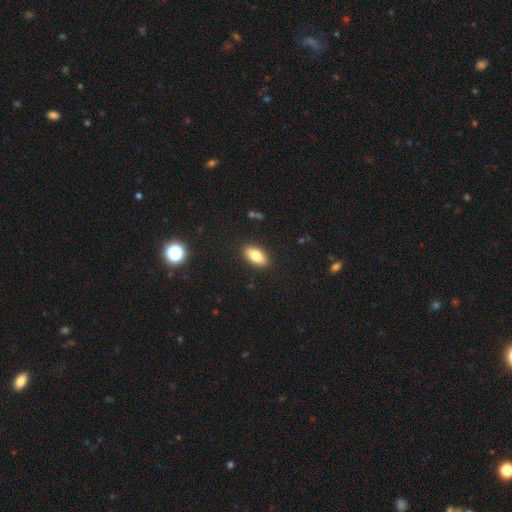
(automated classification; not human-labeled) smooth-or-featured: smooth: 81% | featured or disk: 11% | star or artifact: 8%
  how-rounded: in between: 91% | cigar-shaped: 5% | round: 4%
  merging: none: 89% | minor disturbance: 8% | major disturbance: 2% | merger: 1%